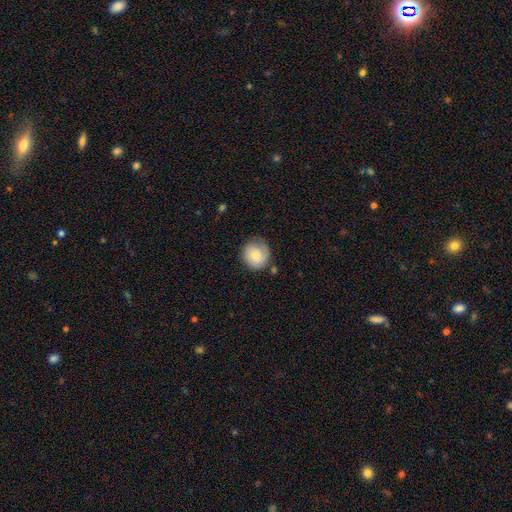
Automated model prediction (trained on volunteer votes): smooth-or-featured: smooth: 68% | featured or disk: 25% | star or artifact: 7%
  how-rounded: round: 87% | in between: 12% | cigar-shaped: 1%
  merging: none: 69% | minor disturbance: 22% | major disturbance: 6% | merger: 3%